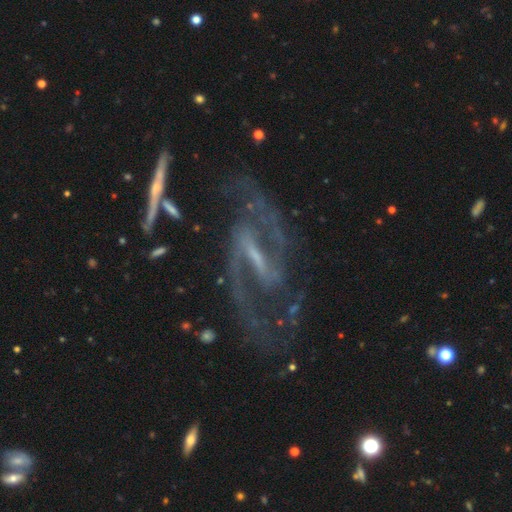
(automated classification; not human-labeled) A featured or disk galaxy (91%) with a strong bar (60%), 2 (92%) medium (58%) spiral arms (97%) and a small central bulge (59%).

Vote fractions:
- Smooth or featured? featured or disk: 91% / star or artifact: 5% / smooth: 3%
- Edge-on disk? no: 95% / yes: 5%
- Bar? strong: 60% / weak: 32% / no: 8%
- Spiral arms? yes: 97% / no: 3%
- Spiral winding? medium: 58% / loose: 23% / tight: 19%
- Spiral arm count? 2: 92% / can't tell: 3% / 3: 2% / 1: 1% / 4: 1% / more than 4: 1%
- Bulge size? small: 59% / none: 22% / moderate: 16% / large: 2% / dominant: 1%
- Merging? none: 69% / minor disturbance: 15% / major disturbance: 12% / merger: 4%